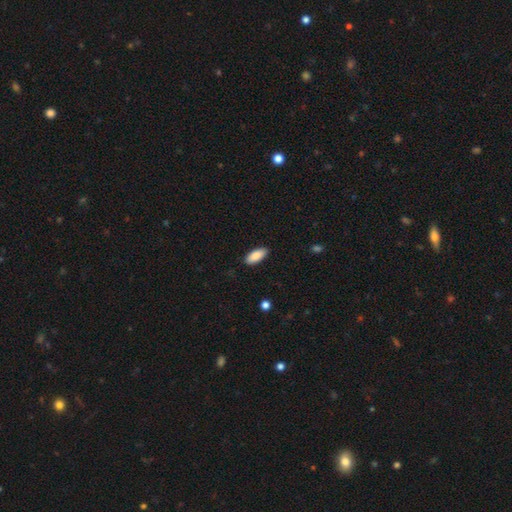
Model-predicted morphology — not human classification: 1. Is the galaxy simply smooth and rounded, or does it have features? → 87% smooth, 7% featured or disk, 6% star or artifact.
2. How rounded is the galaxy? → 84% in between, 14% cigar-shaped, 2% round.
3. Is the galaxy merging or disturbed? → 87% none, 10% minor disturbance, 2% major disturbance, 1% merger.